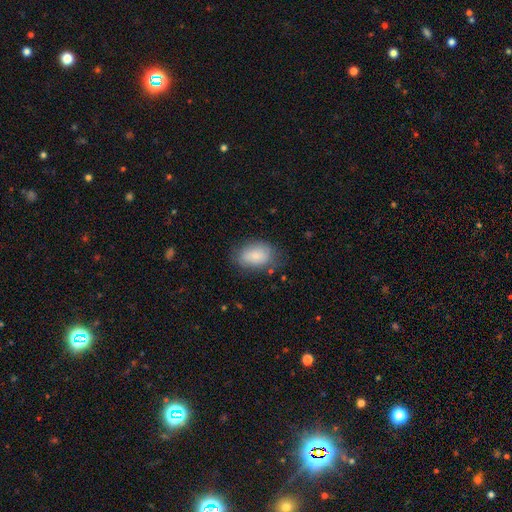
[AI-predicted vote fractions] The model was most divided on "merging": none: 68%, minor disturbance: 23%, major disturbance: 8%, merger: 2%. More confident: how rounded — in between (85%); smooth or featured — smooth (75%).